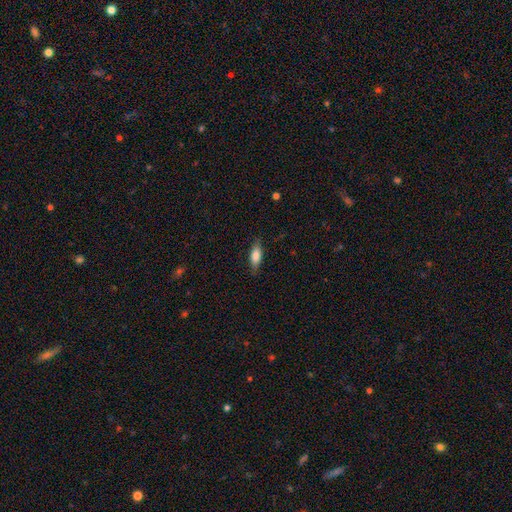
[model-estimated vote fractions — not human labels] The model was most divided on "how rounded": in between: 64%, cigar-shaped: 34%, round: 3%. More confident: merging — none (82%); smooth or featured — smooth (74%).